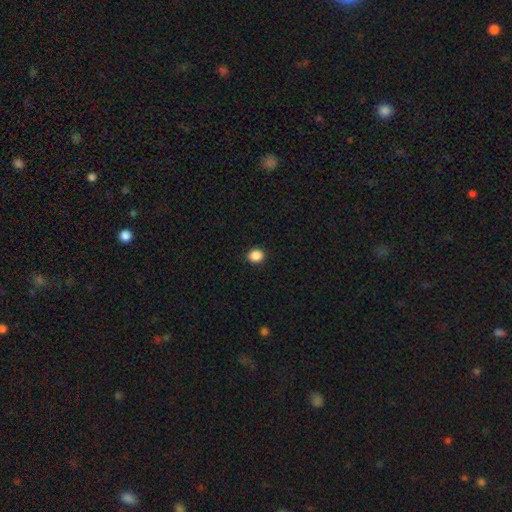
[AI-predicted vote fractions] smooth_or_featured: smooth (p=0.88) [alt: star or artifact p=0.10]
how_rounded: round (p=0.77) [alt: in between p=0.22]
merging: none (p=0.92) [alt: minor disturbance p=0.05]